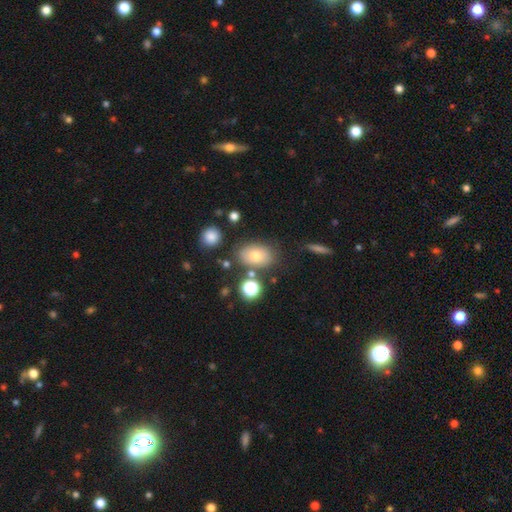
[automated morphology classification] A smooth galaxy with no disk features (71%) that is in between round and cigar-shaped (80%).

Vote fractions:
- Smooth or featured? smooth: 71% / featured or disk: 17% / star or artifact: 12%
- How rounded? in between: 80% / round: 19% / cigar-shaped: 1%
- Merging? none: 73% / minor disturbance: 15% / merger: 7% / major disturbance: 5%